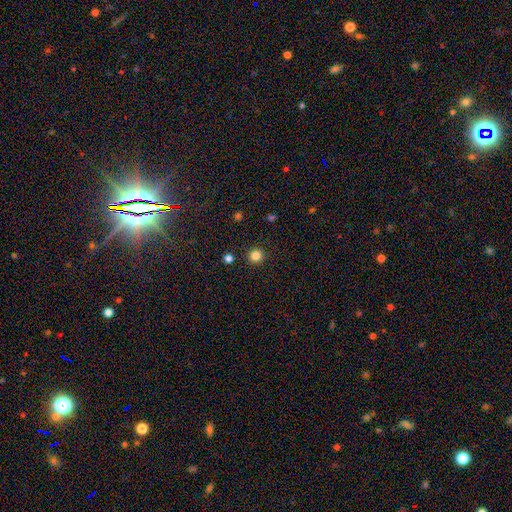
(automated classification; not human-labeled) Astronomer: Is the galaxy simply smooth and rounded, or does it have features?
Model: smooth — 83%.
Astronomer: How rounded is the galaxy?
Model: round — 95%.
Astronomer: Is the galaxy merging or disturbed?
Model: none — 92%.